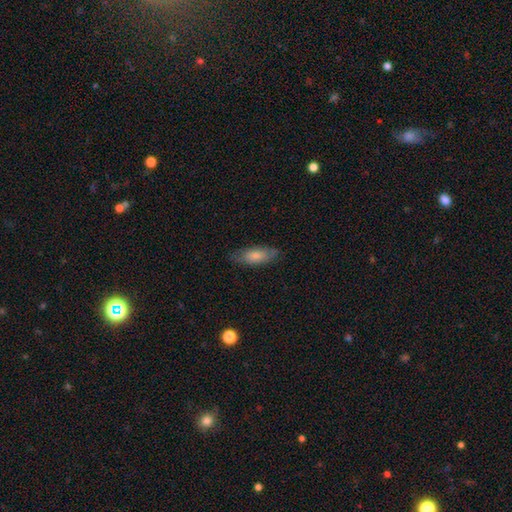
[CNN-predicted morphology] Q: Smooth or featured?
A: smooth (75%); runner-up: featured or disk (19%)
Q: How rounded?
A: in between (75%); runner-up: cigar-shaped (23%)
Q: Merging?
A: none (77%); runner-up: minor disturbance (18%)